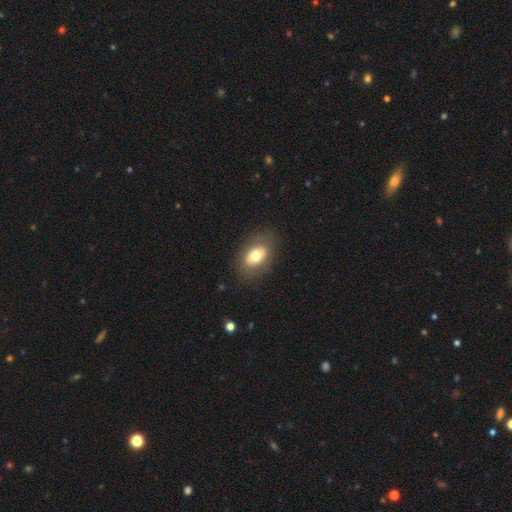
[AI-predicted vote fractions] smooth 69%, featured or disk 23%, star or artifact 8%. Down the decision tree: how rounded — in between (85%); merging — none (81%).